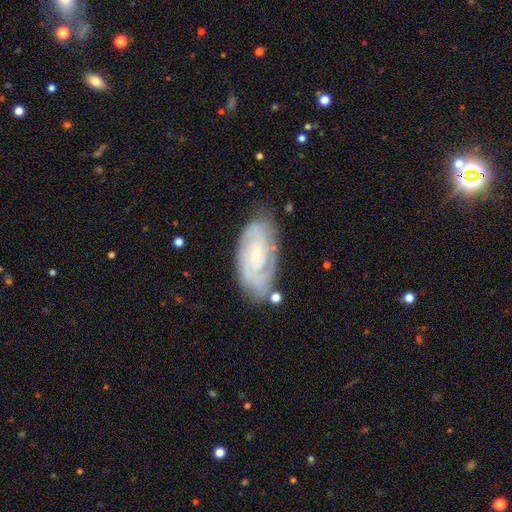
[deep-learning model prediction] smooth_or_featured: featured or disk (p=0.81) [alt: smooth p=0.13]
disk_edge_on: no (p=0.95) [alt: yes p=0.05]
bar: no (p=0.68) [alt: weak p=0.26]
has_spiral_arms: yes (p=0.94) [alt: no p=0.06]
spiral_winding: tight (p=0.68) [alt: medium p=0.26]
spiral_arm_count: 2 (p=0.33) [alt: can't tell p=0.32]
bulge_size: small (p=0.79) [alt: moderate p=0.18]
merging: none (p=0.70) [alt: minor disturbance p=0.20]